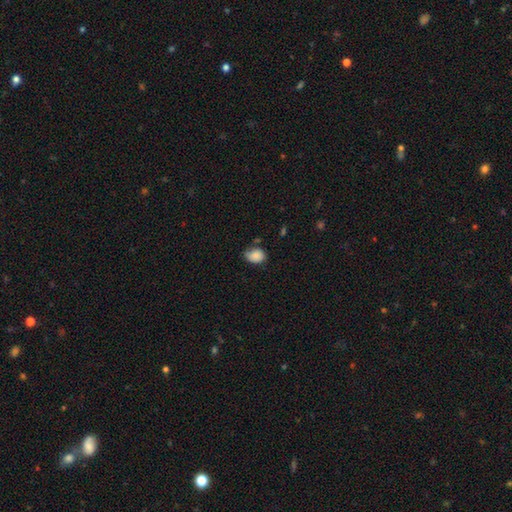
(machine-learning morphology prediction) Smooth or featured? Predicted: smooth (p=0.84). How rounded? Predicted: in between (p=0.68). Merging? Predicted: none (p=0.55).